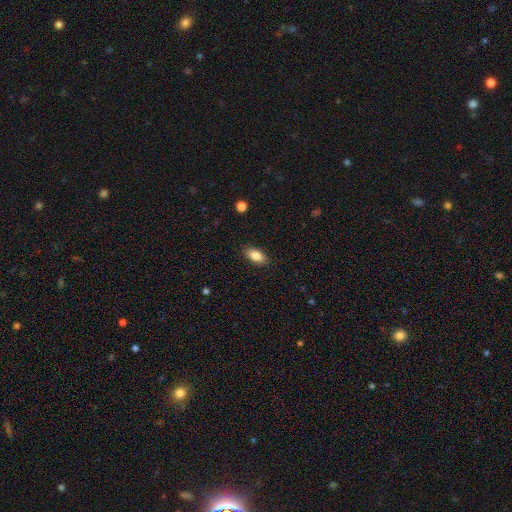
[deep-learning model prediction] Morphology: type=smooth (85%); roundness=in between (91%); merging=none (88%).